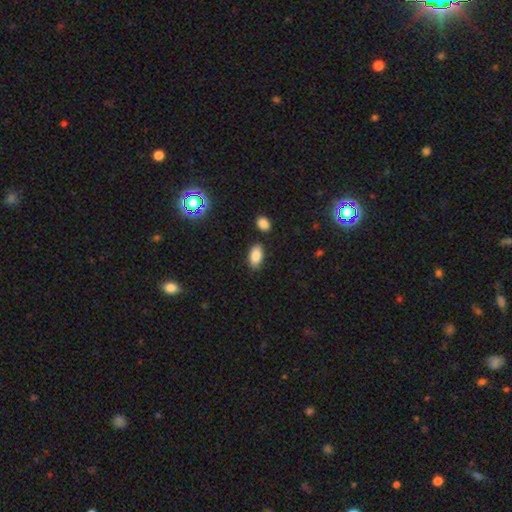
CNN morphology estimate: The model was most divided on "merging": none: 81%, minor disturbance: 12%, merger: 4%, major disturbance: 3%. More confident: how rounded — in between (92%); smooth or featured — smooth (86%).